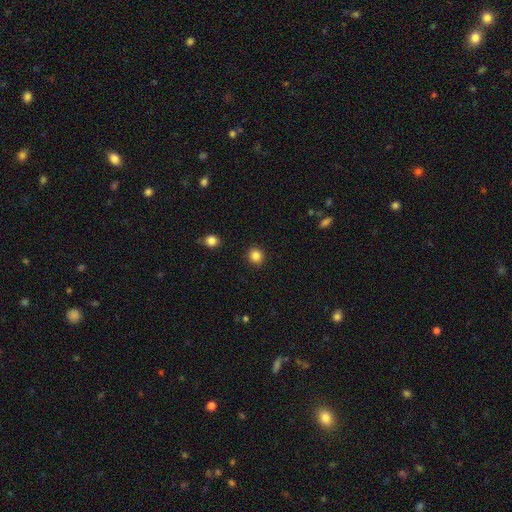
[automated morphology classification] Overall: smooth (85%). How rounded: round (90%). Merging: none (92%).